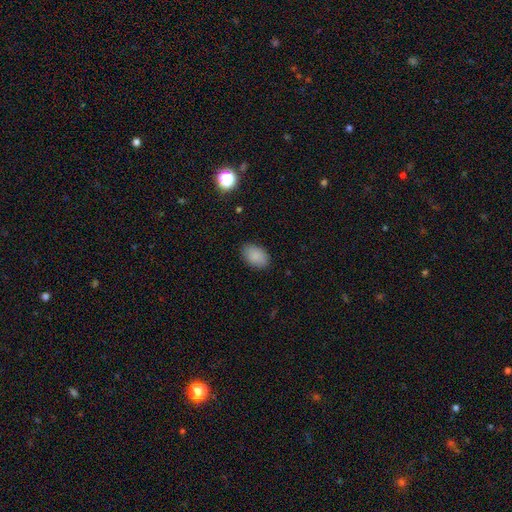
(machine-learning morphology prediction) This is clearly a smooth galaxy (88%). How rounded: clearly in between (89%). Merging: clearly none (85%).